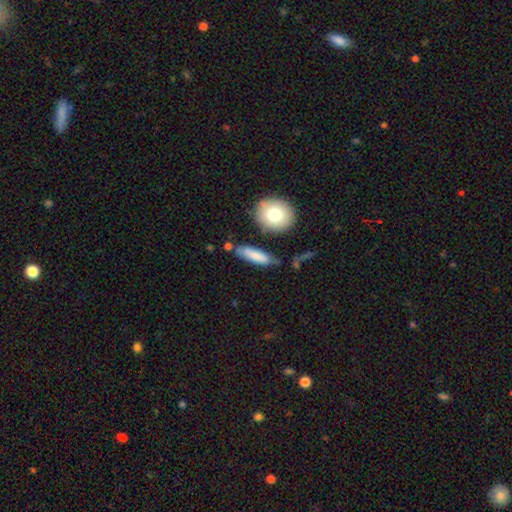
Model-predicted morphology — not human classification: Smooth or featured? smooth (78%)
How rounded? cigar-shaped (54%)
Merging? none (70%)